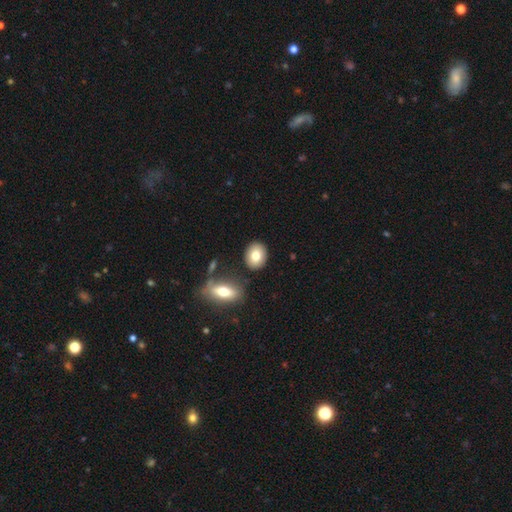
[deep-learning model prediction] smooth 78%, featured or disk 15%, star or artifact 8%. Down the decision tree: how rounded — in between (54%); merging — none (83%).